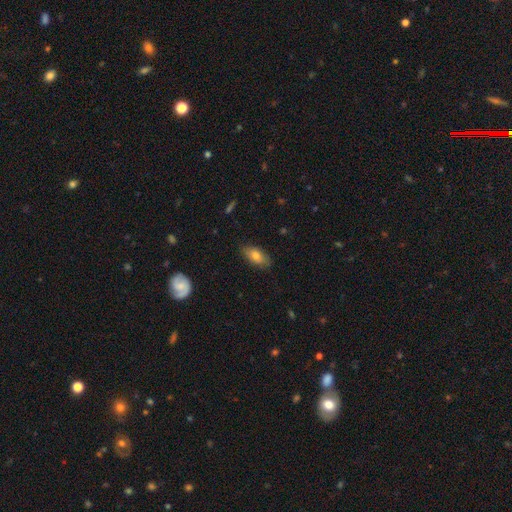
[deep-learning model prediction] smooth_or_featured: smooth (p=0.74) [alt: featured or disk p=0.18]
how_rounded: in between (p=0.89) [alt: cigar-shaped p=0.07]
merging: none (p=0.79) [alt: minor disturbance p=0.17]